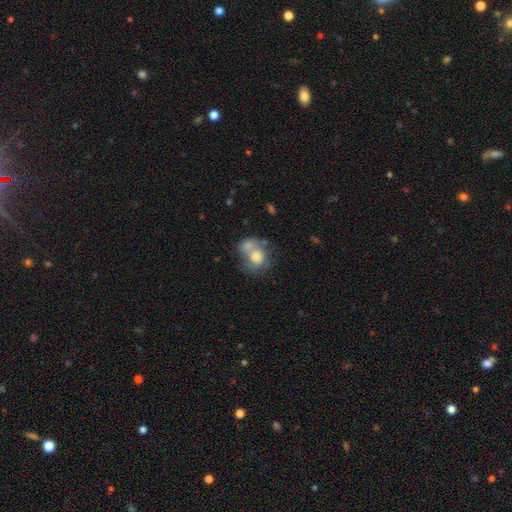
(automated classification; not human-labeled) Morphology: type=smooth (69%); roundness=round (59%); merging=merger (56%).